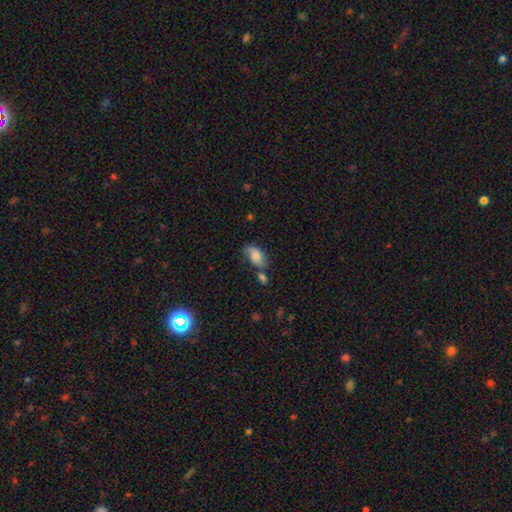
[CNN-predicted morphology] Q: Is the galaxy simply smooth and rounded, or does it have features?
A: smooth — 61%.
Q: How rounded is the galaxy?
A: in between — 90%.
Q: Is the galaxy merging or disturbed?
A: none — 51%.